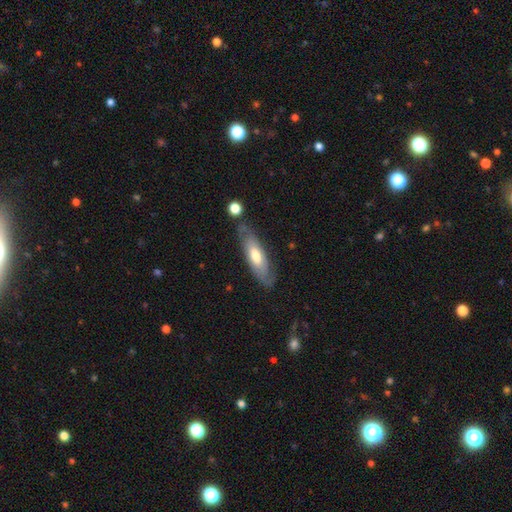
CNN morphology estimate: featured or disk 49%, smooth 46%, star or artifact 5%. Down the decision tree: merging — none (73%).